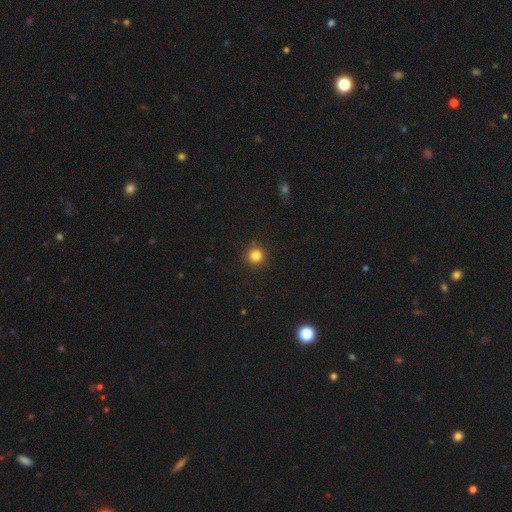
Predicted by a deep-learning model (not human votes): Smooth or featured? smooth (83%)
How rounded? round (94%)
Merging? none (91%)